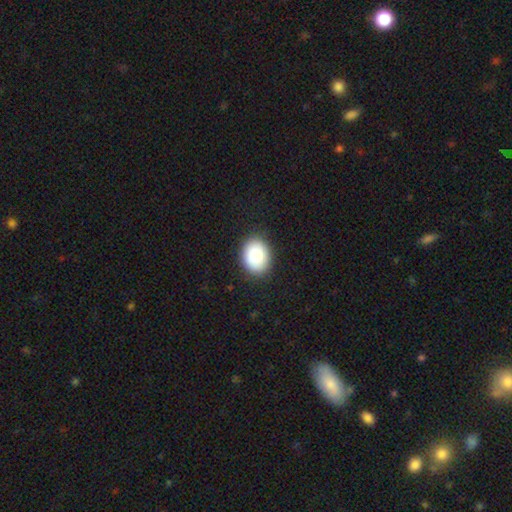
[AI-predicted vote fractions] Smooth or featured: smooth — 88% (star or artifact — 7%)
How rounded: in between — 61% (round — 38%)
Merging: none — 87% (minor disturbance — 9%)